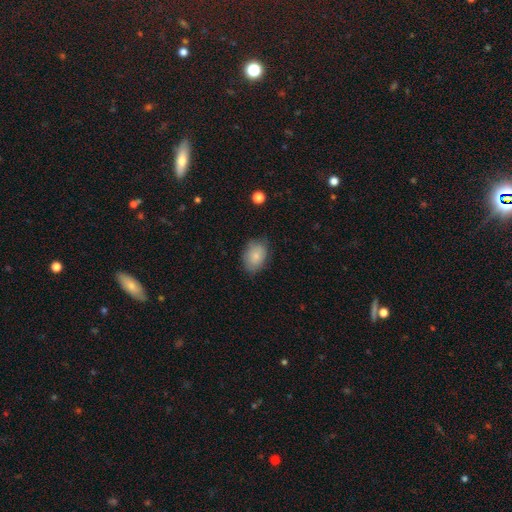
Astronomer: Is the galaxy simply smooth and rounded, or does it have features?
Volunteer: smooth — 79%.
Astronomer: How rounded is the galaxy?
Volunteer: in between — 84%.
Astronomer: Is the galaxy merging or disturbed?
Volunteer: none — 73%.